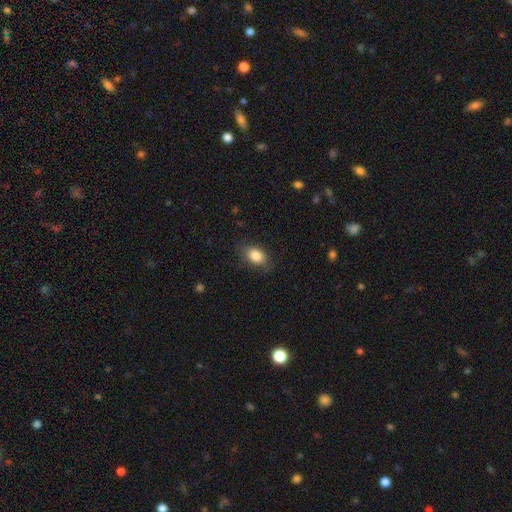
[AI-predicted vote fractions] smooth-or-featured: smooth: 84% | star or artifact: 8% | featured or disk: 8%
  how-rounded: in between: 82% | round: 16% | cigar-shaped: 2%
  merging: none: 77% | minor disturbance: 17% | major disturbance: 5% | merger: 1%